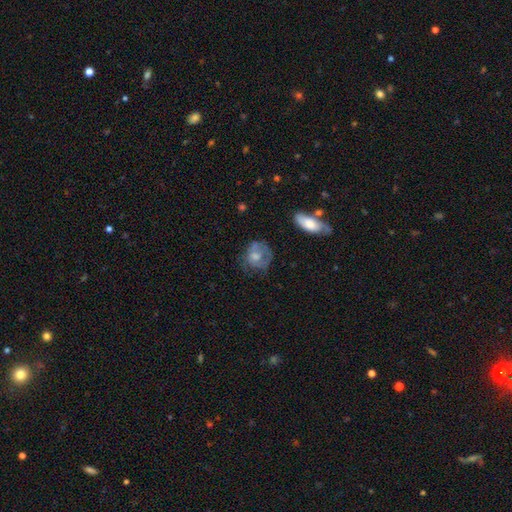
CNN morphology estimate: This appears to be a smooth galaxy with no disk features (53%) that is round (66%). Merging: none (47%).